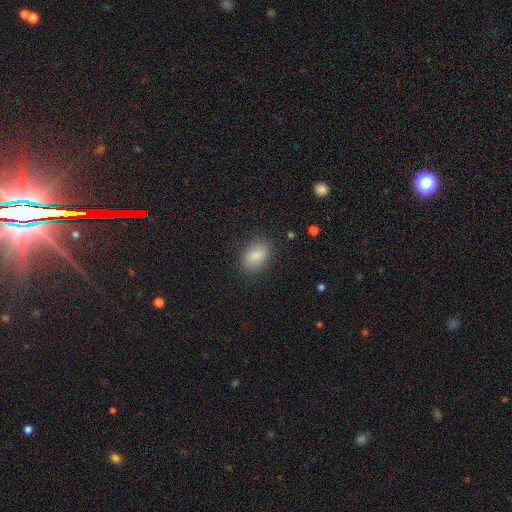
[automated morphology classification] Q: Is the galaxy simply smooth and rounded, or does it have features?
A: smooth — 86%.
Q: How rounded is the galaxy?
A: in between — 84%.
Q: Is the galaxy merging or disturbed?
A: none — 83%.